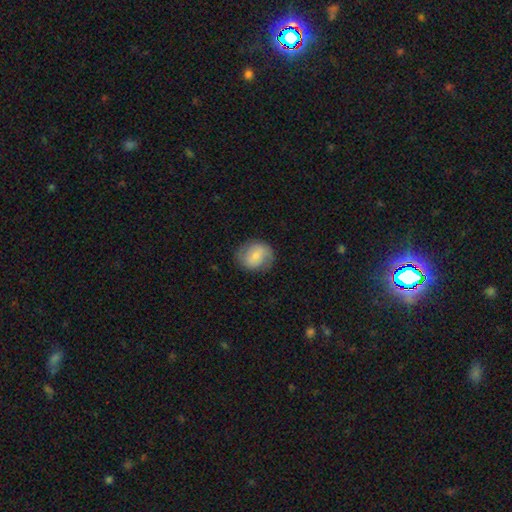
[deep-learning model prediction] A smooth galaxy with no disk features (58%) that is round (64%). Merging: none (75%).